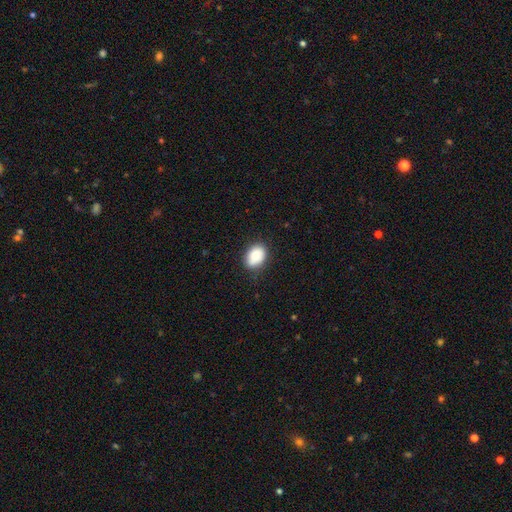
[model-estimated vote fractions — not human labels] Smooth or featured? smooth (82%)
How rounded? in between (77%)
Merging? none (77%)